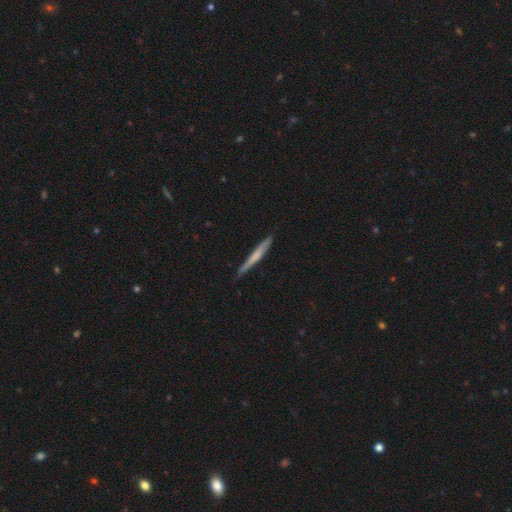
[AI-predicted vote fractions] This appears to be a smooth galaxy with no disk features (51%) that is cigar-shaped (96%). Merging: none (86%).